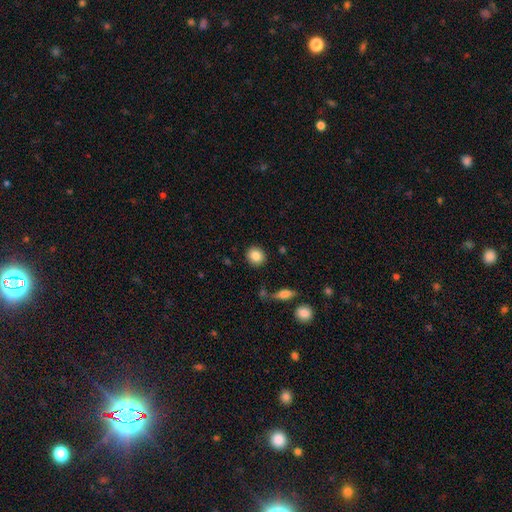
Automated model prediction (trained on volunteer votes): Overall: smooth (85%). How rounded: round (83%). Merging: none (89%).